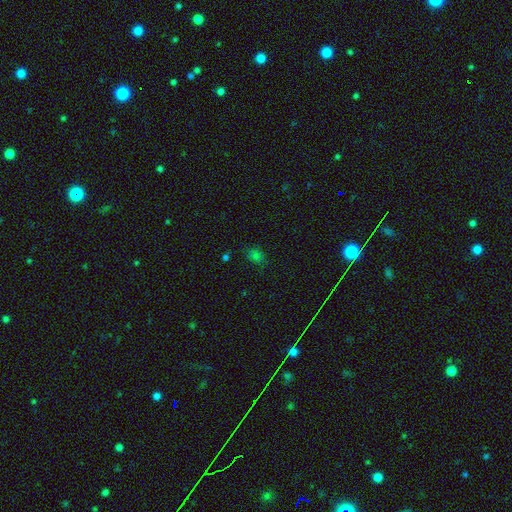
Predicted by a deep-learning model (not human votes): This appears to be a smooth galaxy with no disk features (63%) that is in between round and cigar-shaped (61%). Merging: none (73%).